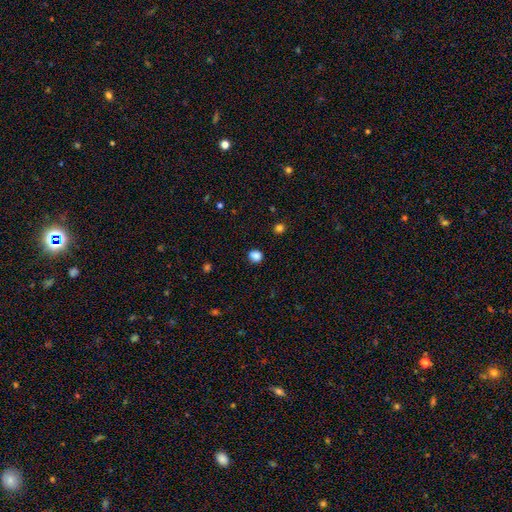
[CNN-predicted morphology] smooth_or_featured: smooth (p=0.84) [alt: star or artifact p=0.12]
how_rounded: round (p=0.75) [alt: in between p=0.24]
merging: none (p=0.84) [alt: minor disturbance p=0.12]